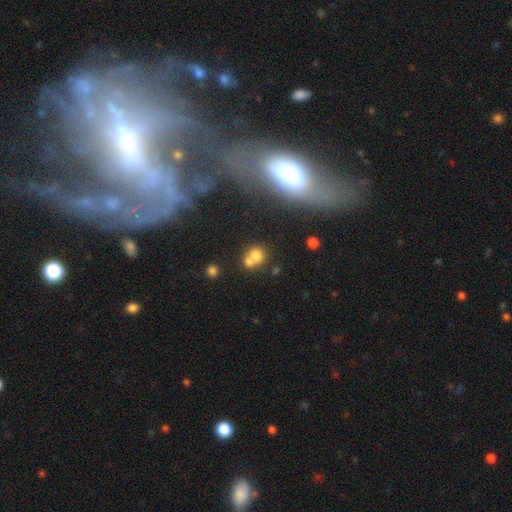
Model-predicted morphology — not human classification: The model was most divided on "merging": merger: 53%, none: 37%, minor disturbance: 7%, major disturbance: 3%. More confident: how rounded — round (78%); smooth or featured — smooth (71%).